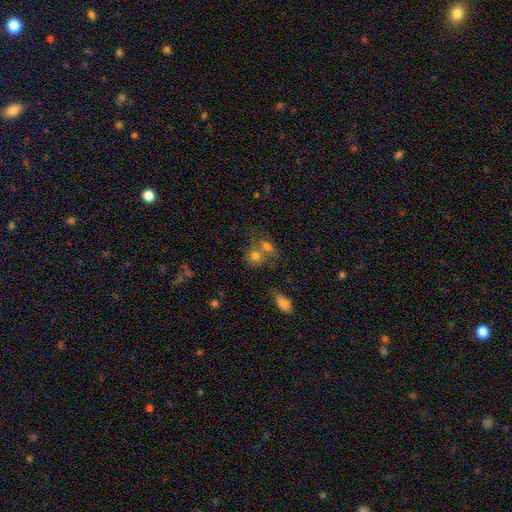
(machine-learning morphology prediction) This is likely a smooth galaxy (72%). How rounded: likely round (70%). Merging: possibly merger (54%).